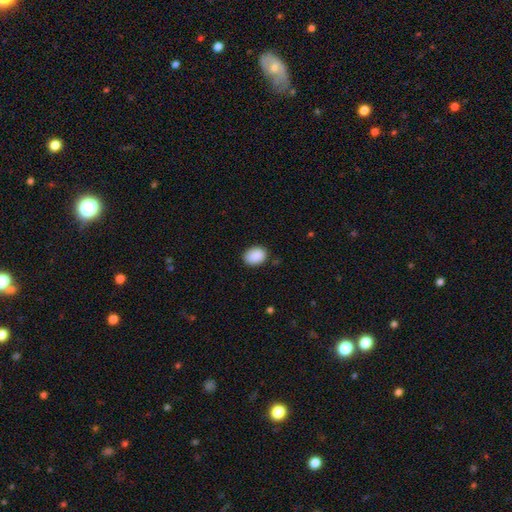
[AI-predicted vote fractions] smooth_or_featured: smooth (p=0.90) [alt: star or artifact p=0.07]
how_rounded: in between (p=0.67) [alt: round p=0.32]
merging: none (p=0.84) [alt: minor disturbance p=0.12]